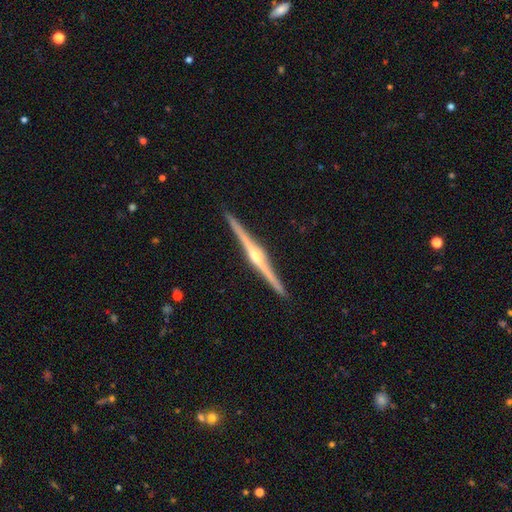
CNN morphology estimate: Smooth or featured? featured or disk (88%)
Edge-on disk? yes (99%)
Edge-on bulge? rounded (89%)
Merging? none (93%)